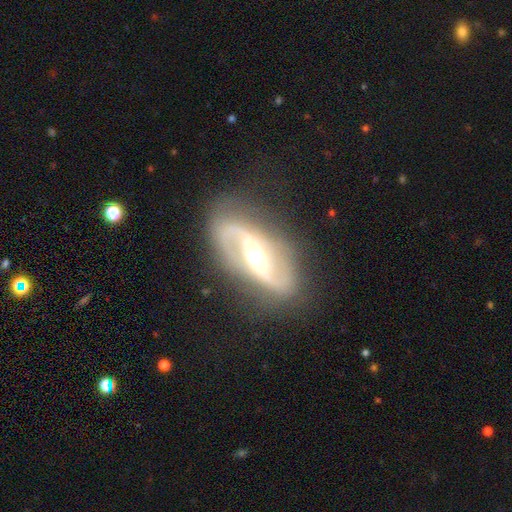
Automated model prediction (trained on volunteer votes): A featured or disk galaxy (88%) with a strong bar (37%, tied with weak), 2 (92%) medium (46%) spiral arms (94%) and a moderate central bulge (63%).

Vote fractions:
- Smooth or featured? featured or disk: 88% / smooth: 7% / star or artifact: 5%
- Edge-on disk? no: 95% / yes: 5%
- Bar? strong: 37% (tied) / weak: 37% (tied) / no: 26%
- Spiral arms? yes: 94% / no: 6%
- Spiral winding? medium: 46% / loose: 40% / tight: 15%
- Spiral arm count? 2: 92% / can't tell: 3% / 1: 2% / 3: 1% / 4: 1% / more than 4: 1%
- Bulge size? moderate: 63% / small: 26% / large: 8% / dominant: 1% / none: 1%
- Merging? none: 81% / minor disturbance: 12% / major disturbance: 5% / merger: 1%